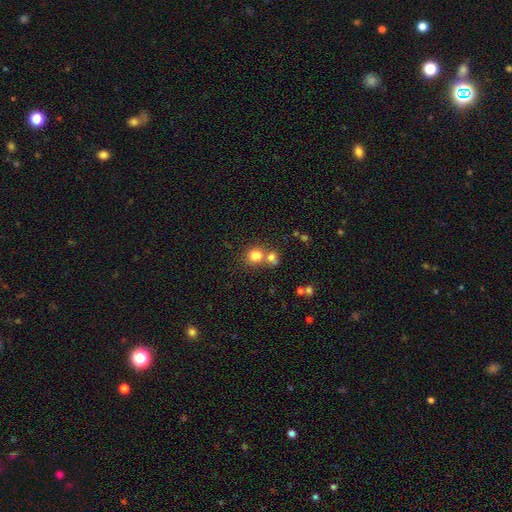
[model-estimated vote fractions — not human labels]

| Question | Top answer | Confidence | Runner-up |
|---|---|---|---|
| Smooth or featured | smooth | 79% | star or artifact (12%) |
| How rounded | round | 81% | in between (18%) |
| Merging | none | 49% | merger (40%) |